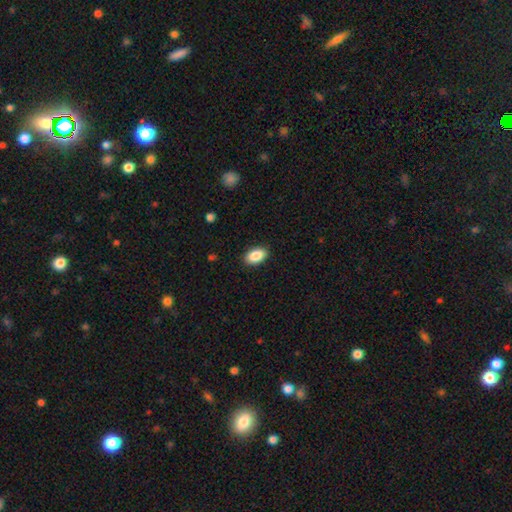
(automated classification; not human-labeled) Morphology: type=smooth (88%); roundness=in between (93%); merging=none (89%).